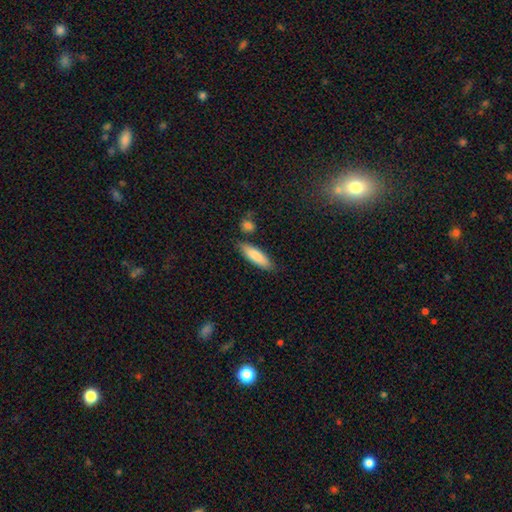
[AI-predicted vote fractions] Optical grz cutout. It shows a smooth galaxy with no disk features (85%) that is cigar-shaped (60%). Merging: none (82%).